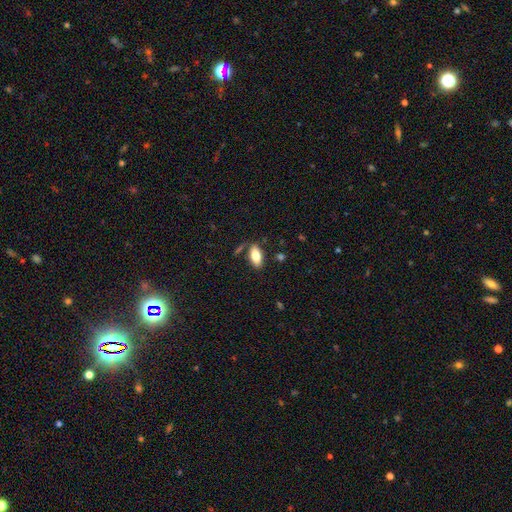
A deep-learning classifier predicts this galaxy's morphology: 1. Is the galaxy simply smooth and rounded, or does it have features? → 78% smooth, 15% featured or disk, 7% star or artifact.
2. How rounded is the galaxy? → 89% in between, 8% cigar-shaped, 3% round.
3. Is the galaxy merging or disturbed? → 80% none, 12% minor disturbance, 5% merger, 3% major disturbance.